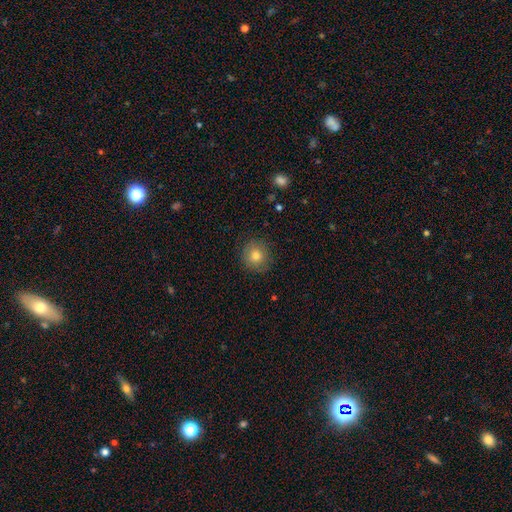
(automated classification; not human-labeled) smooth 79%, featured or disk 10%, star or artifact 10%. Down the decision tree: how rounded — round (89%); merging — none (87%).